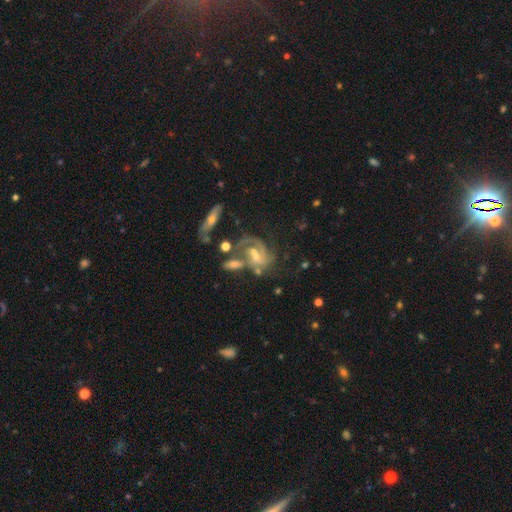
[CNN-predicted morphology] Q: Smooth or featured?
A: featured or disk (81%); runner-up: smooth (10%)
Q: Edge-on disk?
A: no (95%); runner-up: yes (5%)
Q: Bar?
A: weak (44%); runner-up: no (39%)
Q: Spiral arms?
A: yes (91%); runner-up: no (9%)
Q: Spiral winding?
A: medium (46%); runner-up: tight (37%)
Q: Spiral arm count?
A: 2 (51%); runner-up: can't tell (19%)
Q: Bulge size?
A: small (52%); runner-up: moderate (37%)
Q: Merging?
A: none (36%); runner-up: merger (29%)